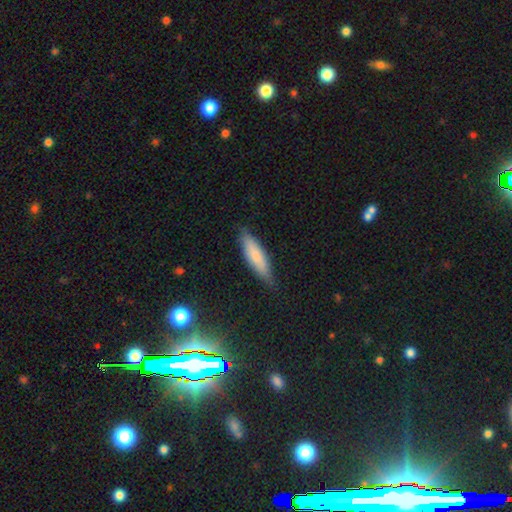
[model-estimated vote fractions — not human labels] smooth-or-featured: smooth: 75% | featured or disk: 19% | star or artifact: 6%
  how-rounded: cigar-shaped: 65% | in between: 33% | round: 2%
  merging: none: 82% | minor disturbance: 14% | major disturbance: 3% | merger: 1%